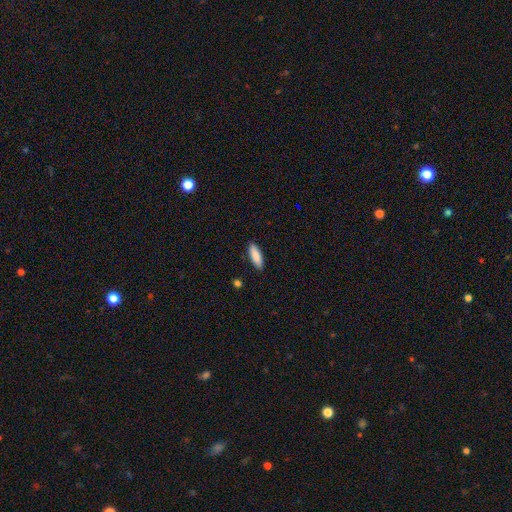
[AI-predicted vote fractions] The model was most divided on "how rounded": in between: 59%, cigar-shaped: 40%, round: 2%. More confident: merging — none (88%); smooth or featured — smooth (88%).